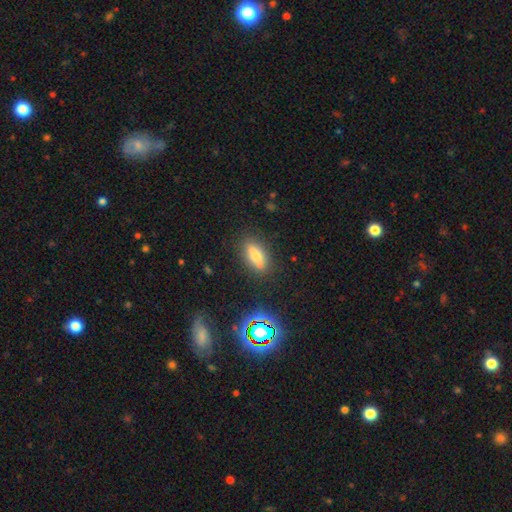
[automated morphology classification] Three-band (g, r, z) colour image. It shows a smooth galaxy with no disk features (70%) that is in between round and cigar-shaped (70%). Merging: none (83%).